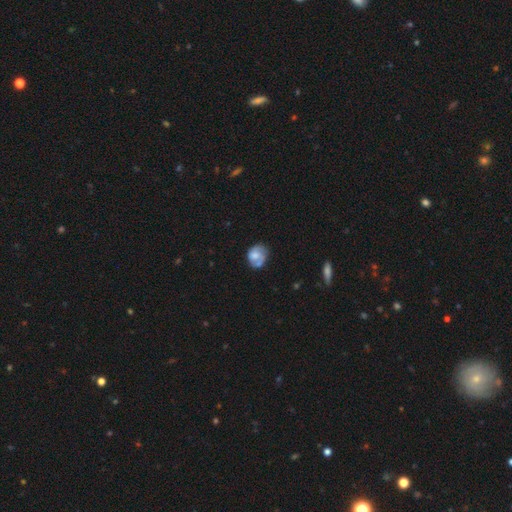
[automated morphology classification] This is possibly a smooth galaxy (50%). Merging: possibly none (50%).